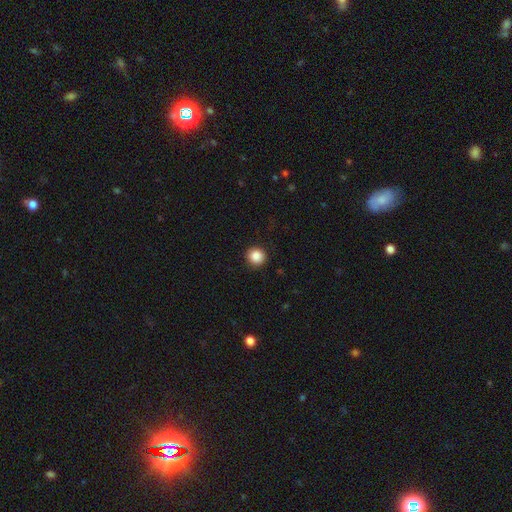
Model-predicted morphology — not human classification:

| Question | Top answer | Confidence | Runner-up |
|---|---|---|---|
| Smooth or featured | smooth | 87% | star or artifact (10%) |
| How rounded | round | 93% | in between (6%) |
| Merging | none | 91% | minor disturbance (6%) |